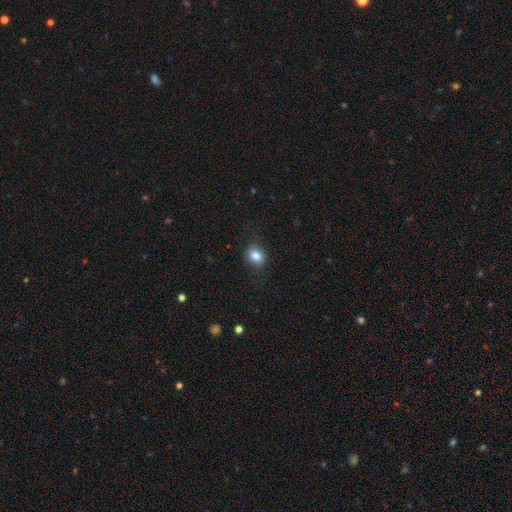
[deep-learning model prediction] Q: Smooth or featured?
A: smooth (84%); runner-up: star or artifact (10%)
Q: How rounded?
A: round (51%); runner-up: in between (48%)
Q: Merging?
A: none (83%); runner-up: minor disturbance (12%)